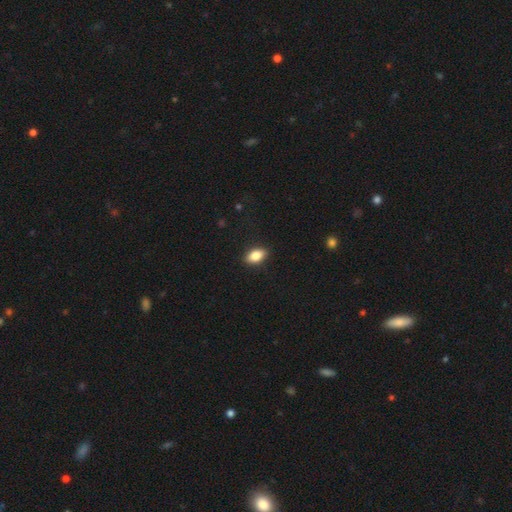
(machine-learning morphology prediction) A smooth galaxy with no disk features (83%) that is in between round and cigar-shaped (89%). Merging: none (88%).